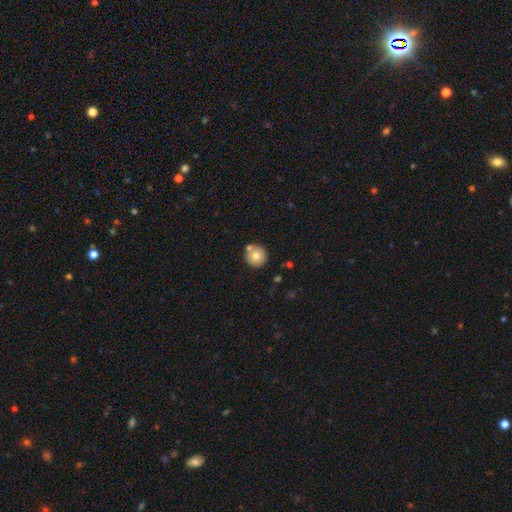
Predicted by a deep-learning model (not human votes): A smooth galaxy with no disk features (73%) that is round (94%).

Vote fractions:
- Smooth or featured? smooth: 73% / featured or disk: 18% / star or artifact: 9%
- How rounded? round: 94% / in between: 5% / cigar-shaped: 1%
- Merging? none: 72% / merger: 16% / minor disturbance: 10% / major disturbance: 3%